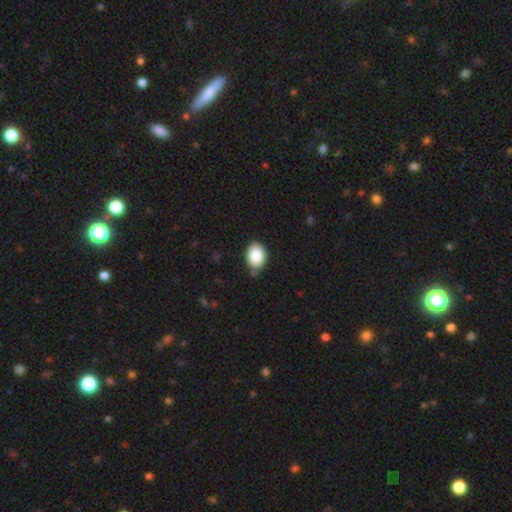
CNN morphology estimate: Overall: smooth (89%). How rounded: in between (81%). Merging: none (81%).